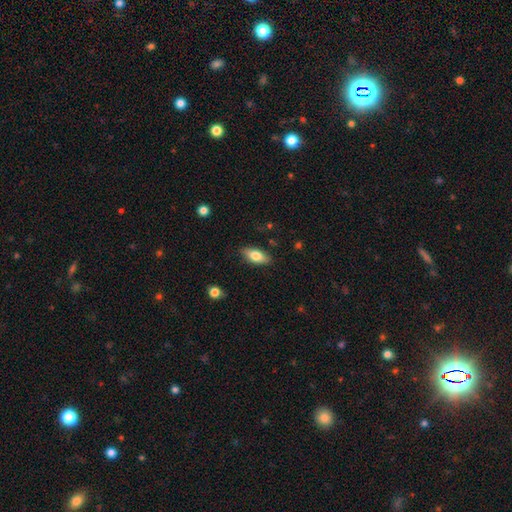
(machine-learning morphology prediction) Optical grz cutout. It shows a smooth galaxy with no disk features (75%) that is in between round and cigar-shaped (83%). Merging: none (85%).